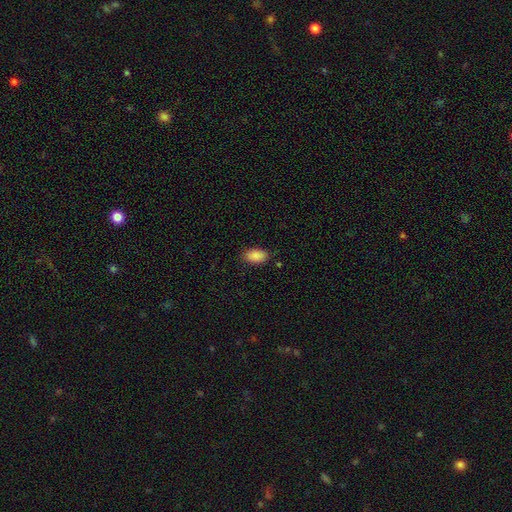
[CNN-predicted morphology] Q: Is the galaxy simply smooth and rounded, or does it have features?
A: smooth — 89%.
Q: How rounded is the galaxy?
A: in between — 92%.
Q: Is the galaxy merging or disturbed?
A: none — 84%.